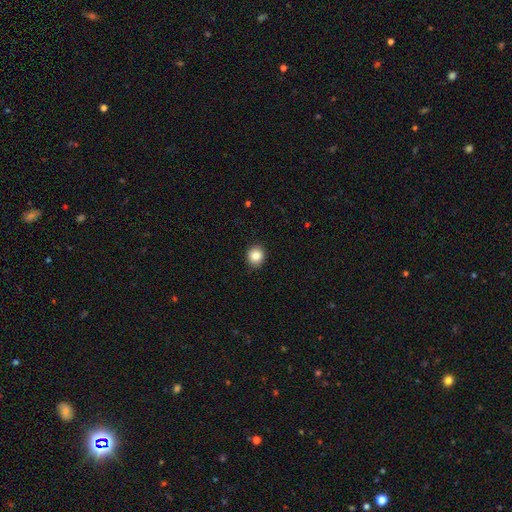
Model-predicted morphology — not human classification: The model was most divided on "how rounded": round: 84%, in between: 15%, cigar-shaped: 1%. More confident: merging — none (90%); smooth or featured — smooth (85%).